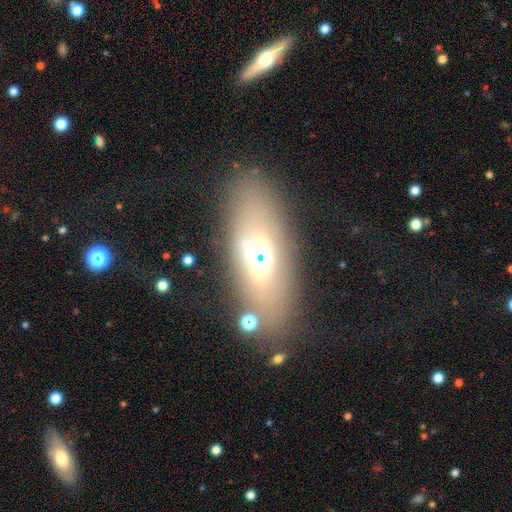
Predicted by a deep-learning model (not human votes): A smooth galaxy with no disk features (45%). Merging: none (77%).